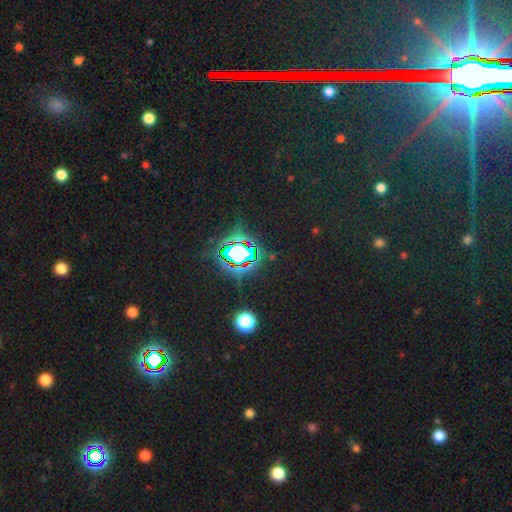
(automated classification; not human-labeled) Smooth or featured: star or artifact — 82% (smooth — 11%)